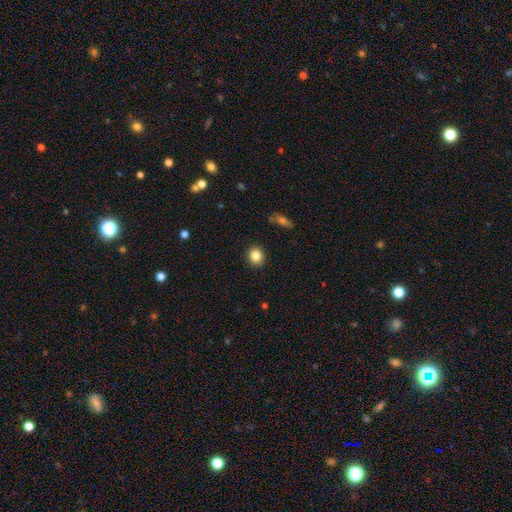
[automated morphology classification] Smooth or featured? smooth (84%)
How rounded? round (75%)
Merging? none (90%)